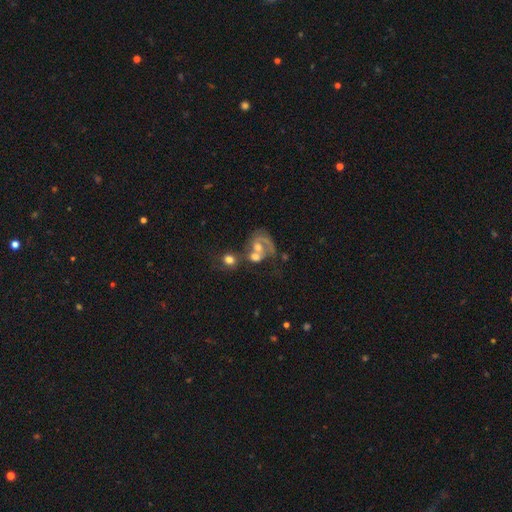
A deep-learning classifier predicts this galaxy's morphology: The model was most divided on "spiral arms": yes: 62%, no: 38%. More confident: edge-on disk — no (97%); bar — no (74%); smooth or featured — featured or disk (57%); bulge size — moderate (55%); merging — merger (52%).